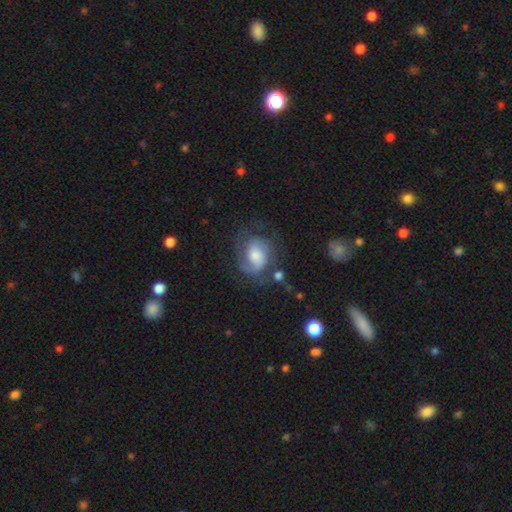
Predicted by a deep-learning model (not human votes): smooth-or-featured: featured or disk: 71% | smooth: 21% | star or artifact: 7%
  disk-edge-on: no: 98% | yes: 2%
    bar: no: 52% | weak: 39% | strong: 9%
    has-spiral-arms: yes: 91% | no: 9%
      spiral-winding: medium: 45% | tight: 35% | loose: 20%
      spiral-arm-count: 2: 58% | 1: 21% | can't tell: 13% | 3: 5% | 4: 2% | more than 4: 2%
    bulge-size: moderate: 45% | small: 33% | large: 14% | none: 6% | dominant: 2%
  merging: none: 60% | minor disturbance: 20% | major disturbance: 17% | merger: 3%